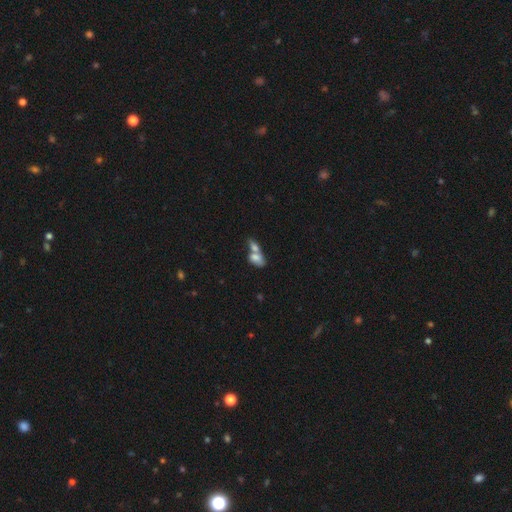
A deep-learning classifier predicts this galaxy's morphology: Smooth or featured?
  - smooth: 74% *
  - featured or disk: 18%
  - star or artifact: 8%
How rounded?
  - in between: 86% *
  - round: 8%
  - cigar-shaped: 6%
Merging?
  - merger: 68% *
  - none: 20%
  - minor disturbance: 7%
  - major disturbance: 5%